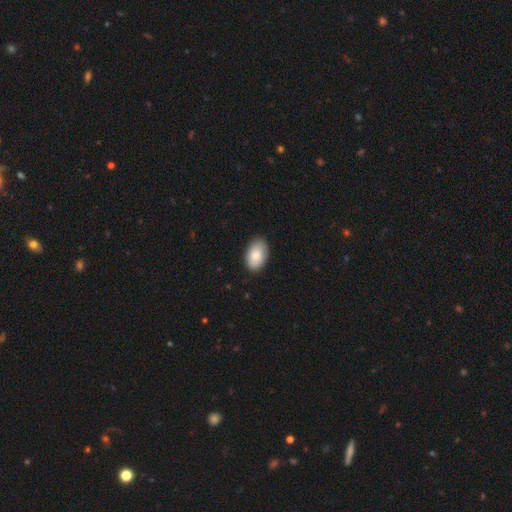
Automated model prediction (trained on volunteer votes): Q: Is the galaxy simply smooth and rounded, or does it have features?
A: smooth — 85%.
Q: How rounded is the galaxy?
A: in between — 93%.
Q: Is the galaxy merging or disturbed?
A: none — 86%.